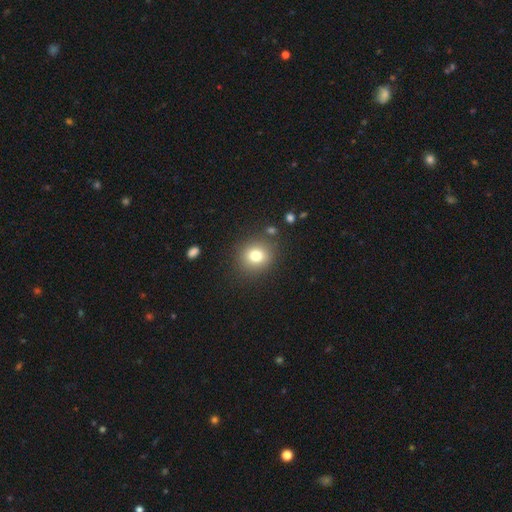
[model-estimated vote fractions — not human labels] smooth-or-featured: smooth: 78% | star or artifact: 12% | featured or disk: 9%
  how-rounded: round: 80% | in between: 19% | cigar-shaped: 1%
  merging: none: 85% | minor disturbance: 9% | major disturbance: 3% | merger: 3%